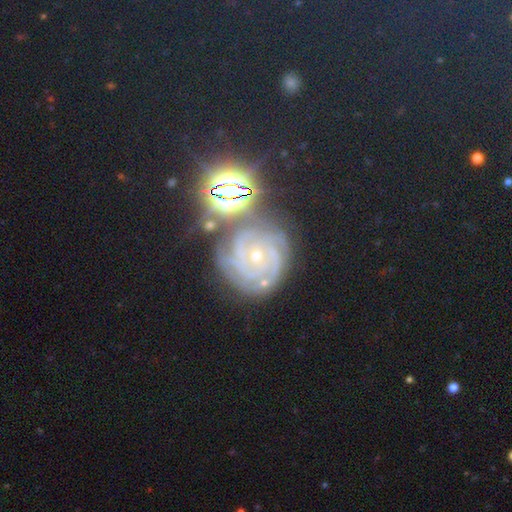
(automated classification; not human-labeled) Smooth or featured?
  - star or artifact: 42% * (tied)
  - featured or disk: 42% * (tied)
  - smooth: 15%